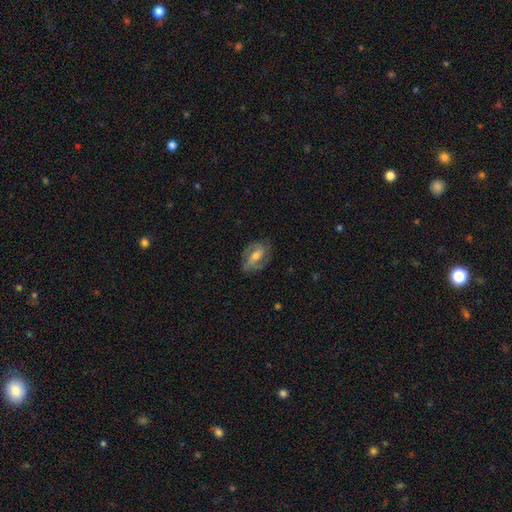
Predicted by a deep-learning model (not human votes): Overall: featured or disk (73%). Edge-on disk: no (95%). Bar: weak (43%; no 32%). Spiral arms: yes (90%). Spiral arm count: 2 (76%). Spiral winding: medium (46%; tight 37%). Bulge size: moderate (57%; small 33%). Merging: none (76%).